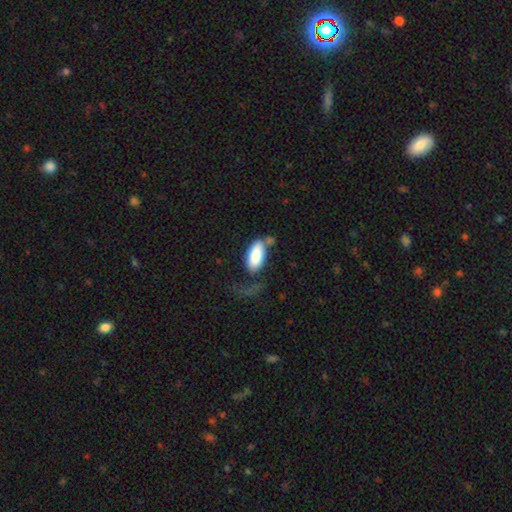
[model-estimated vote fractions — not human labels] A smooth galaxy with no disk features (85%) that is in between round and cigar-shaped (90%).

Vote fractions:
- Smooth or featured? smooth: 85% / featured or disk: 9% / star or artifact: 6%
- How rounded? in between: 90% / cigar-shaped: 8% / round: 2%
- Merging? none: 38% / minor disturbance: 24% / major disturbance: 23% / merger: 14%